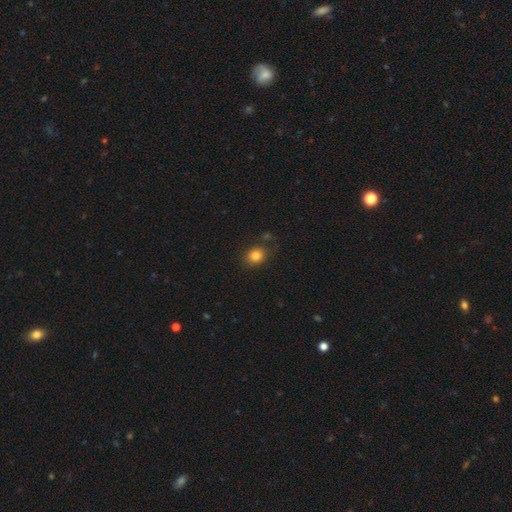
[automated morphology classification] This is clearly a smooth galaxy (83%). How rounded: likely round (65%). Merging: likely none (78%).